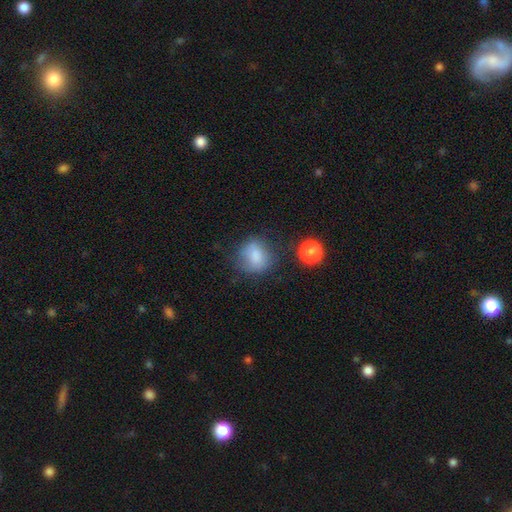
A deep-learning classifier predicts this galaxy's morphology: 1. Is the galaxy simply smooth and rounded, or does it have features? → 78% smooth, 11% star or artifact, 10% featured or disk.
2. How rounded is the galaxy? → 64% round, 35% in between, 1% cigar-shaped.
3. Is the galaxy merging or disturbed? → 64% none, 22% minor disturbance, 9% major disturbance, 5% merger.